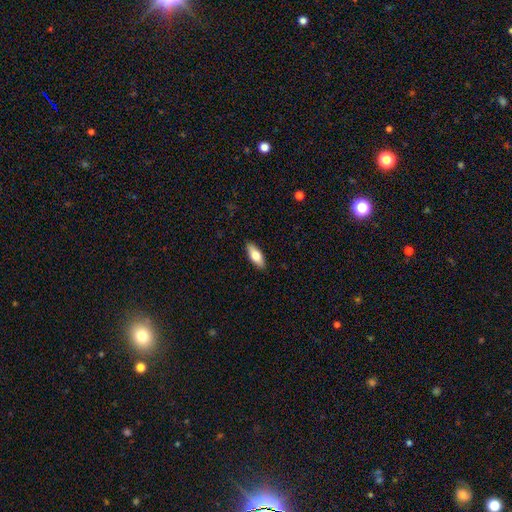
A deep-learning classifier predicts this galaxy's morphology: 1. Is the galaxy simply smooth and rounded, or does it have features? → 73% smooth, 21% featured or disk, 6% star or artifact.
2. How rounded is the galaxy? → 74% in between, 24% cigar-shaped, 2% round.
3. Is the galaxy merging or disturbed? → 89% none, 8% minor disturbance, 2% major disturbance, 1% merger.